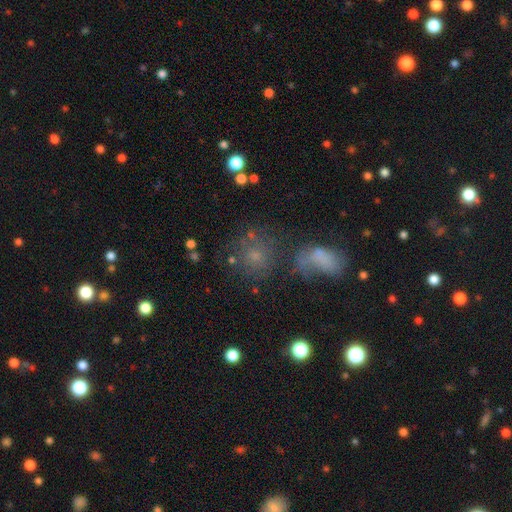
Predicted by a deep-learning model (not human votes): Overall: smooth (58%; star or artifact 23%). How rounded: round (76%). Merging: none (54%; merger 19%).